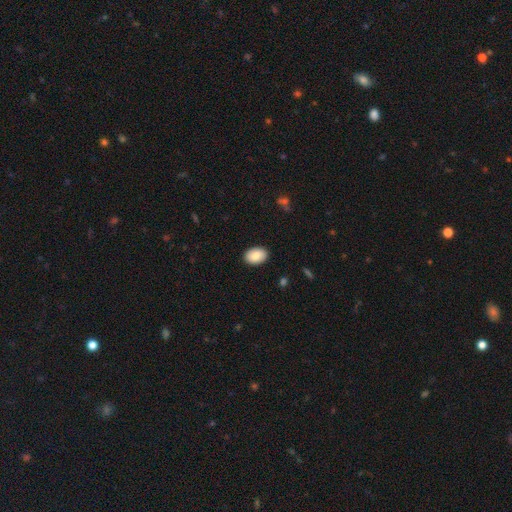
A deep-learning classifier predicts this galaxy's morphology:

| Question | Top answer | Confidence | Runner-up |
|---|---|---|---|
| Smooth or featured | smooth | 85% | featured or disk (8%) |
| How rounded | in between | 87% | round (12%) |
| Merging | none | 89% | minor disturbance (8%) |